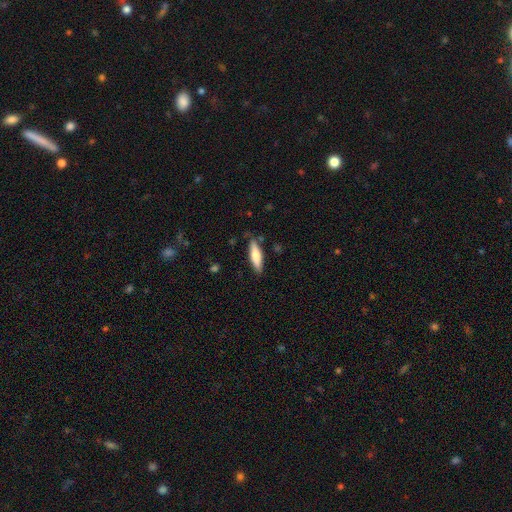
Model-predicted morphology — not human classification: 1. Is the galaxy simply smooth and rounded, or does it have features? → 67% smooth, 27% featured or disk, 6% star or artifact.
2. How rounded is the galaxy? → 64% cigar-shaped, 34% in between, 2% round.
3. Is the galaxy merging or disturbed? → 82% none, 13% minor disturbance, 3% major disturbance, 2% merger.